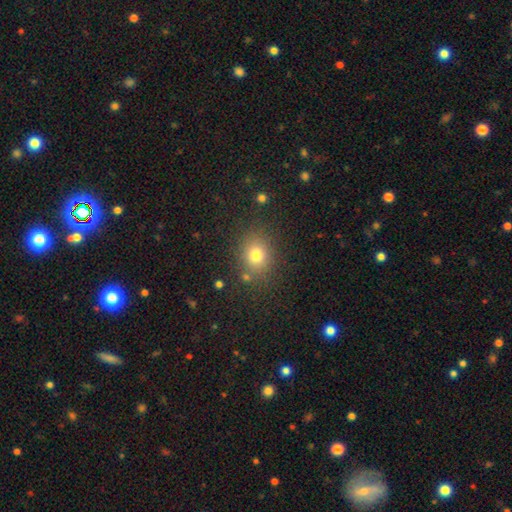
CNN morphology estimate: The model was most divided on "how rounded": round: 60%, in between: 39%, cigar-shaped: 1%. More confident: merging — none (81%); smooth or featured — smooth (76%).